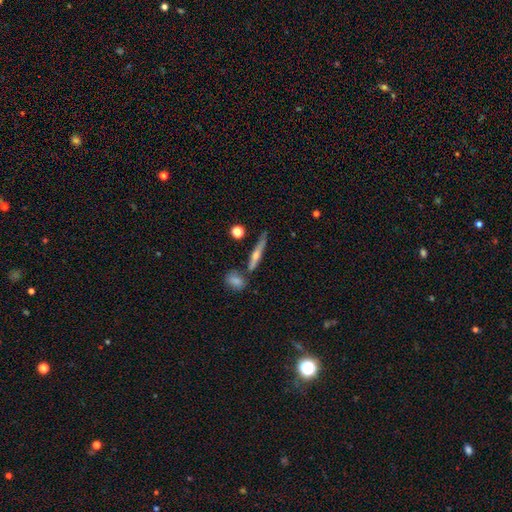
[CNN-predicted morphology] Smooth or featured: featured or disk — 58% (smooth — 34%)
Edge-on disk: yes — 94% (no — 6%)
Edge-on bulge: rounded — 85% (none — 11%)
Merging: none — 74% (minor disturbance — 12%)